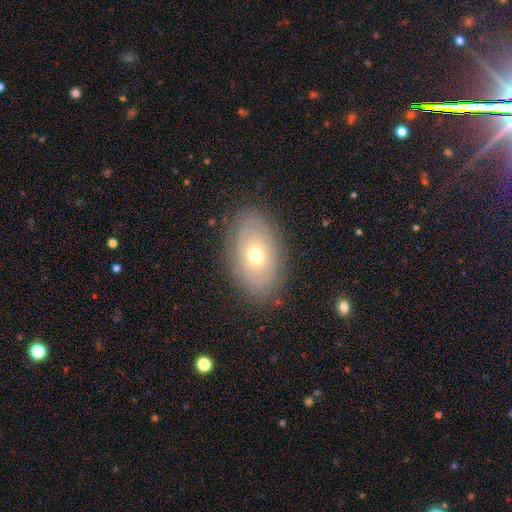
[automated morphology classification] smooth-or-featured: featured or disk: 47% | smooth: 44% | star or artifact: 9%
  merging: none: 82% | minor disturbance: 13% | major disturbance: 4% | merger: 1%